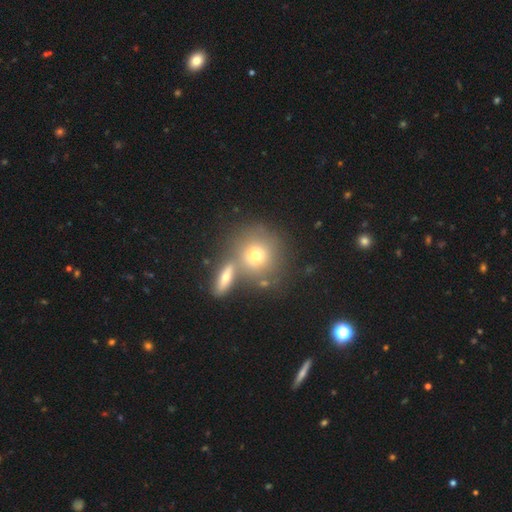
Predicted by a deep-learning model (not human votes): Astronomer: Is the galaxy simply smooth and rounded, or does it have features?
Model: smooth — 68%.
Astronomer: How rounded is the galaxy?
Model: round — 87%.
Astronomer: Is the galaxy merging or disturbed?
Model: none — 56%.